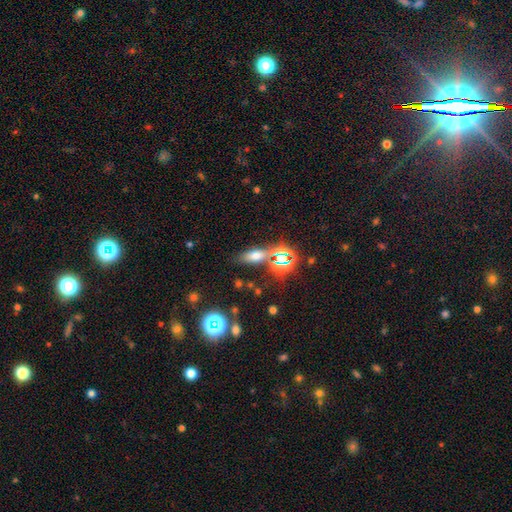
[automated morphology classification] Smooth or featured?
  - smooth: 58% *
  - star or artifact: 27%
  - featured or disk: 15%
How rounded?
  - in between: 65% *
  - cigar-shaped: 24%
  - round: 11%
Merging?
  - none: 73% *
  - minor disturbance: 13%
  - merger: 9%
  - major disturbance: 5%